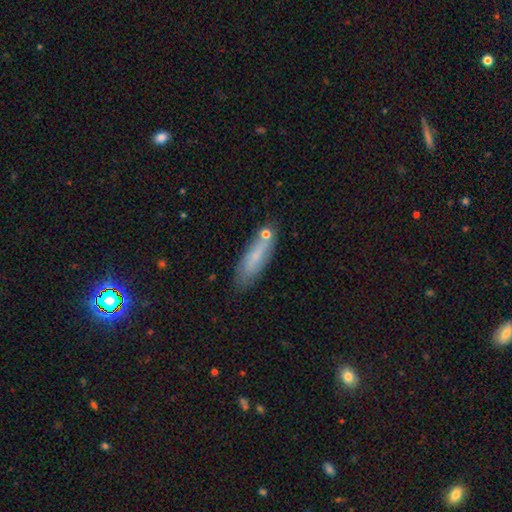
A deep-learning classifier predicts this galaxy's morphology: This is likely a smooth galaxy (64%). How rounded: possibly cigar-shaped (58%). Merging: likely none (74%).